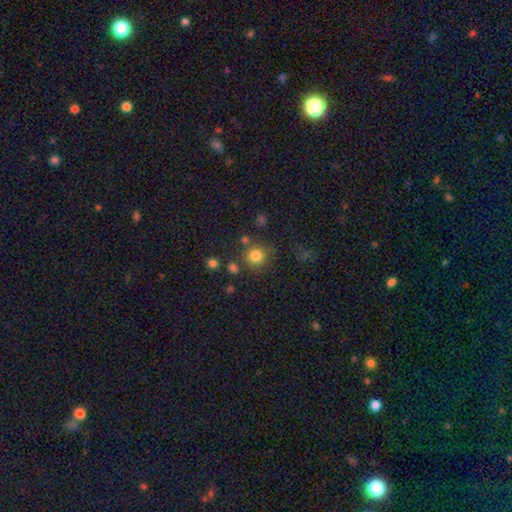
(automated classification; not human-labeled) A smooth galaxy with no disk features (81%) that is round (92%).

Vote fractions:
- Smooth or featured? smooth: 81% / star or artifact: 13% / featured or disk: 6%
- How rounded? round: 92% / in between: 7% / cigar-shaped: 1%
- Merging? none: 77% / minor disturbance: 10% / merger: 8% / major disturbance: 5%